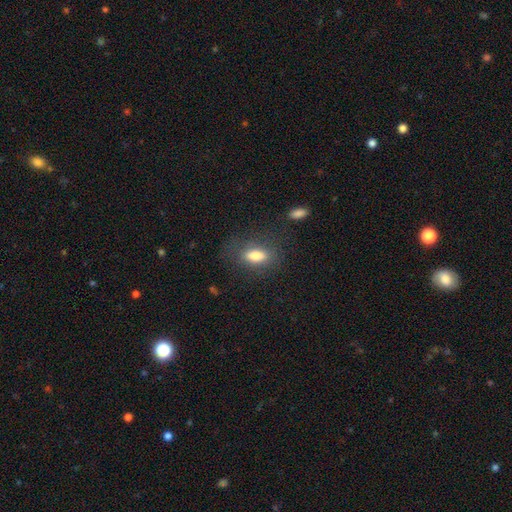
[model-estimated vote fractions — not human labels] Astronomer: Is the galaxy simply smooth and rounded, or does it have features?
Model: smooth — 81%.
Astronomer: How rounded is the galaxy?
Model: in between — 81%.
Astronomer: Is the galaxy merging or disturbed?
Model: none — 77%.